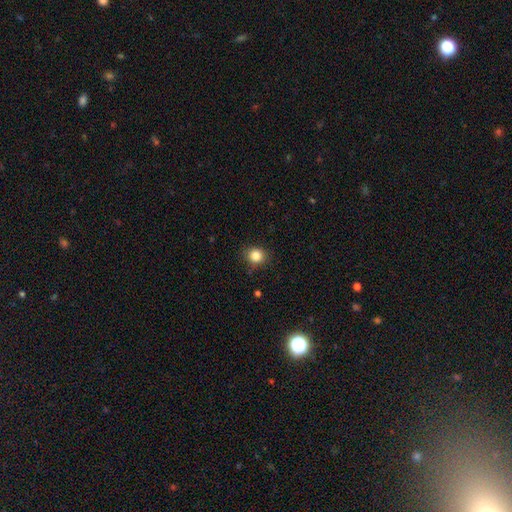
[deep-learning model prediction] The model was most divided on "how rounded": round: 81%, in between: 18%, cigar-shaped: 1%. More confident: merging — none (85%); smooth or featured — smooth (85%).